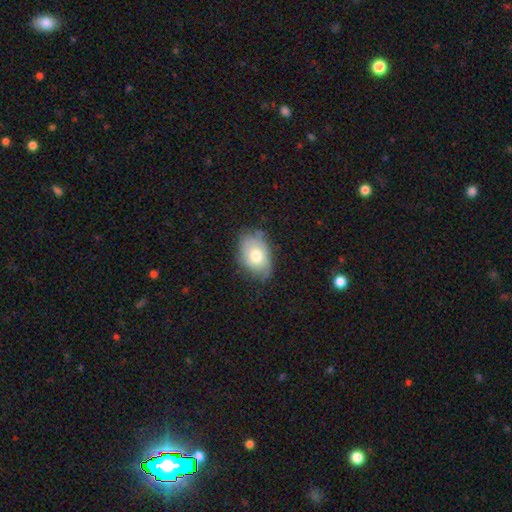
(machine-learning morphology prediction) smooth-or-featured: smooth: 67% | featured or disk: 25% | star or artifact: 8%
  how-rounded: in between: 84% | round: 15% | cigar-shaped: 1%
  merging: none: 62% | minor disturbance: 29% | major disturbance: 7% | merger: 2%